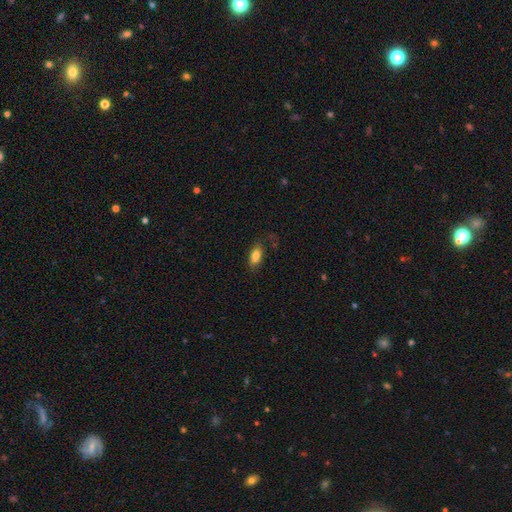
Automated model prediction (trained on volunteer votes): Overall: smooth (83%). How rounded: in between (86%). Merging: none (76%).